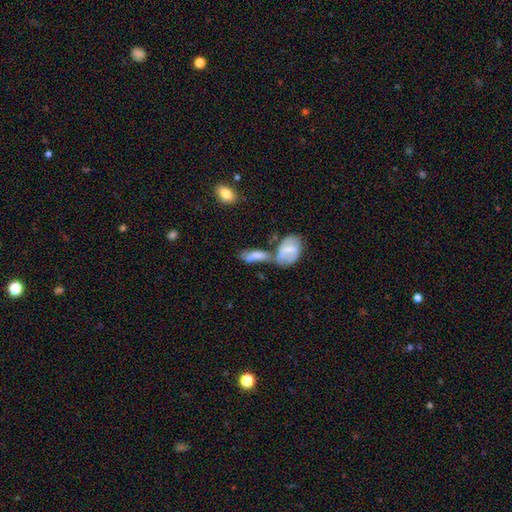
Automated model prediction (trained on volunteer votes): smooth-or-featured: smooth: 56% | featured or disk: 37% | star or artifact: 7%
  how-rounded: in between: 73% | cigar-shaped: 23% | round: 4%
  merging: merger: 54% | none: 24% | minor disturbance: 13% | major disturbance: 9%